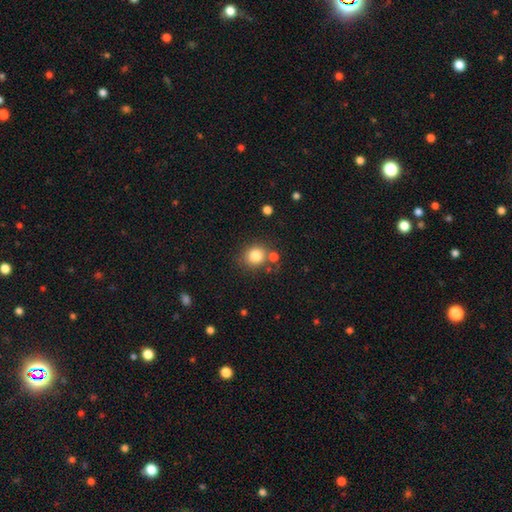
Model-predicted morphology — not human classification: Smooth or featured? Predicted: smooth (p=0.82). How rounded? Predicted: round (p=0.79). Merging? Predicted: none (p=0.71).